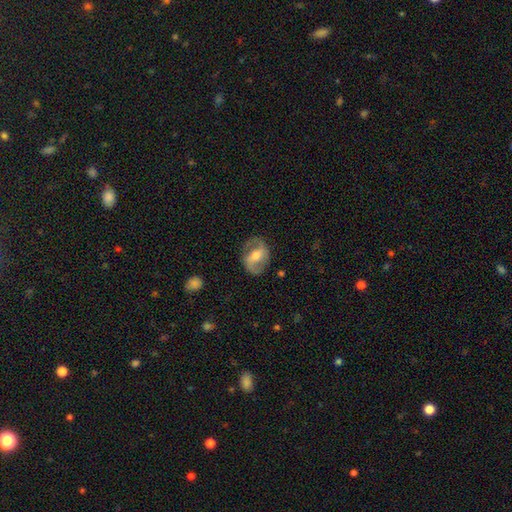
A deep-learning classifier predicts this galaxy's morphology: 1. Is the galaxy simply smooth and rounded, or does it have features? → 68% featured or disk, 25% smooth, 7% star or artifact.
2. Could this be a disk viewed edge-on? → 95% no, 5% yes.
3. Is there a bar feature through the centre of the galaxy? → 40% weak, 37% strong, 22% no.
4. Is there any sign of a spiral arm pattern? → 79% yes, 21% no.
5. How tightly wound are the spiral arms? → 49% medium, 27% loose, 24% tight.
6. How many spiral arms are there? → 86% 2, 8% can't tell, 3% 1, 1% 3, 1% 4, 1% more than 4.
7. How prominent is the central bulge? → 59% moderate, 21% small, 15% large, 4% none, 2% dominant.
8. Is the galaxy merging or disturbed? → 77% none, 15% minor disturbance, 7% major disturbance, 1% merger.